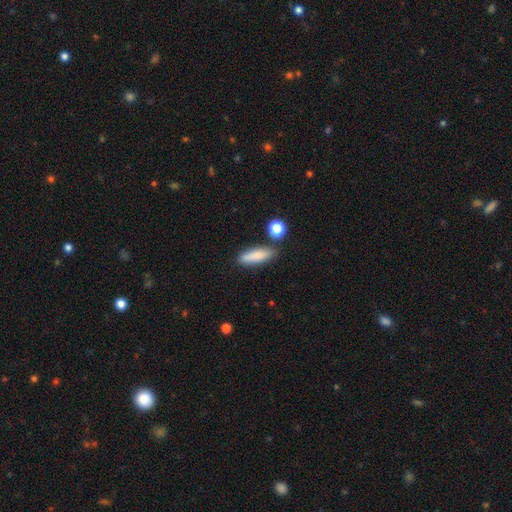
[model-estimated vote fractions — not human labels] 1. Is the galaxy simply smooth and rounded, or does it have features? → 82% smooth, 11% featured or disk, 7% star or artifact.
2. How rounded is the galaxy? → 57% cigar-shaped, 40% in between, 3% round.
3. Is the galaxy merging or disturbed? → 75% none, 14% minor disturbance, 7% merger, 4% major disturbance.